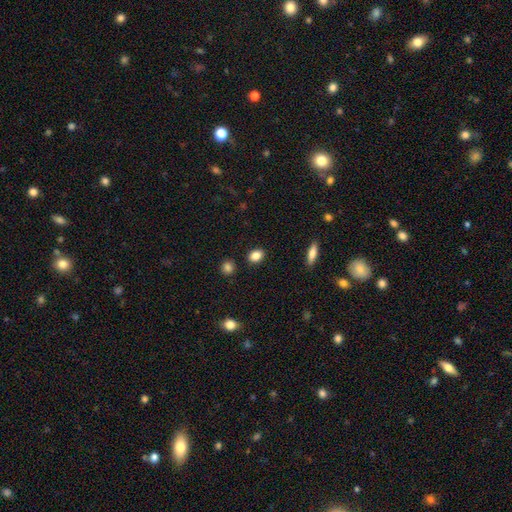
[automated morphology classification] Smooth or featured? Predicted: smooth (p=0.85). How rounded? Predicted: in between (p=0.64). Merging? Predicted: none (p=0.88).